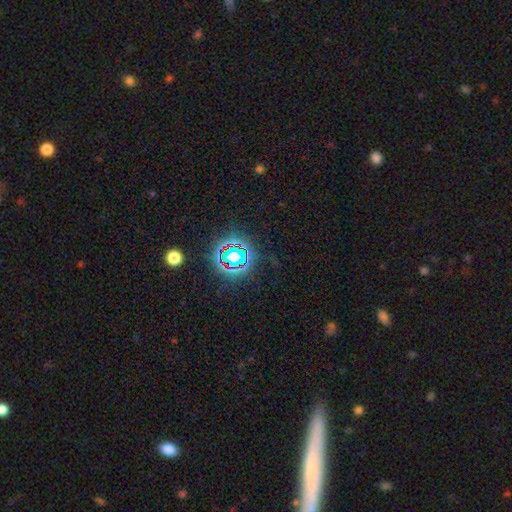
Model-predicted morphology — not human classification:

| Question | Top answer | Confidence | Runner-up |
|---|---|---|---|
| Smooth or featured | star or artifact | 74% | smooth (17%) |